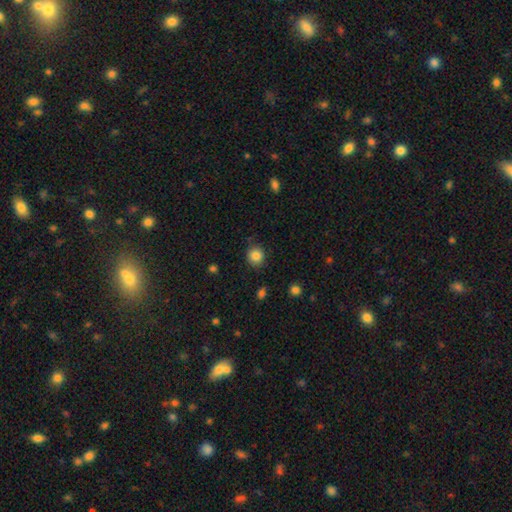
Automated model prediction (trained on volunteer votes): A smooth galaxy with no disk features (85%) that is round (85%).

Vote fractions:
- Smooth or featured? smooth: 85% / star or artifact: 10% / featured or disk: 5%
- How rounded? round: 85% / in between: 14% / cigar-shaped: 1%
- Merging? none: 83% / minor disturbance: 12% / major disturbance: 3% / merger: 2%